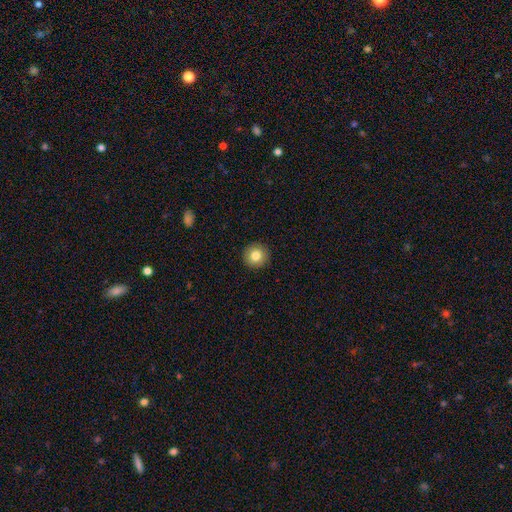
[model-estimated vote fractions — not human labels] smooth_or_featured: smooth (p=0.82) [alt: star or artifact p=0.10]
how_rounded: round (p=0.95) [alt: in between p=0.04]
merging: none (p=0.93) [alt: minor disturbance p=0.04]